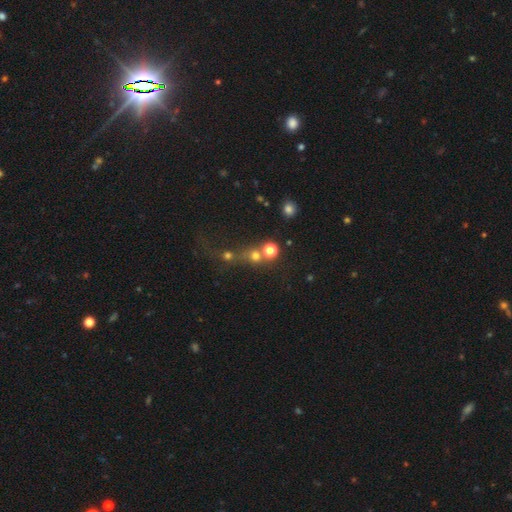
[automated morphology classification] Q: Smooth or featured?
A: smooth (63%); runner-up: star or artifact (25%)
Q: How rounded?
A: round (90%); runner-up: in between (8%)
Q: Merging?
A: none (51%); runner-up: merger (35%)